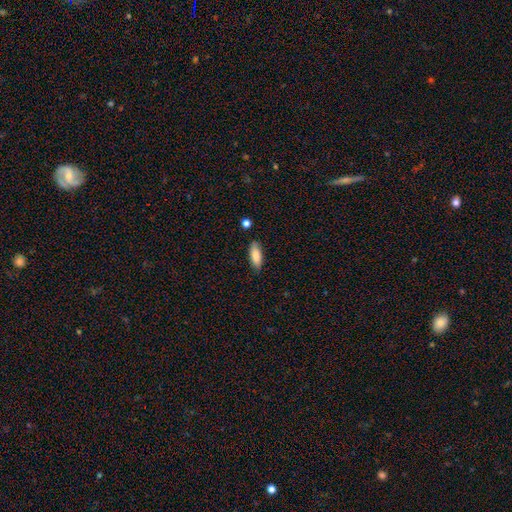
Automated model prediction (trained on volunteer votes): Smooth or featured: smooth — 85% (featured or disk — 9%)
How rounded: in between — 73% (cigar-shaped — 25%)
Merging: none — 81% (minor disturbance — 14%)